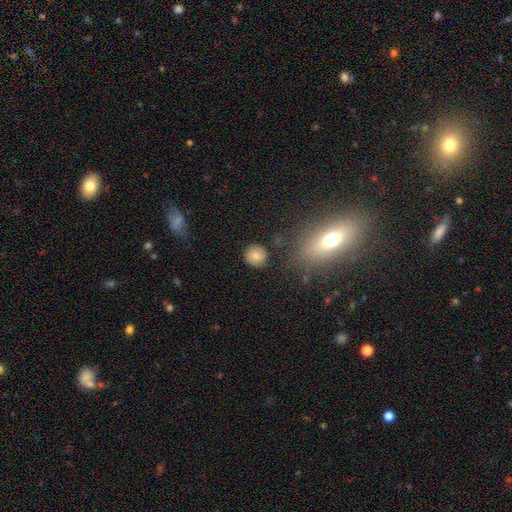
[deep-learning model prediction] Q: Smooth or featured?
A: smooth (80%); runner-up: featured or disk (10%)
Q: How rounded?
A: round (91%); runner-up: in between (8%)
Q: Merging?
A: none (85%); runner-up: minor disturbance (9%)